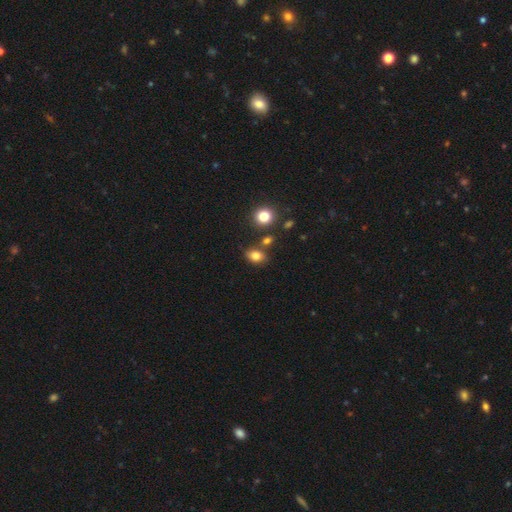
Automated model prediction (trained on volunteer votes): Morphology: type=smooth (82%); roundness=in between (69%); merging=none (71%).